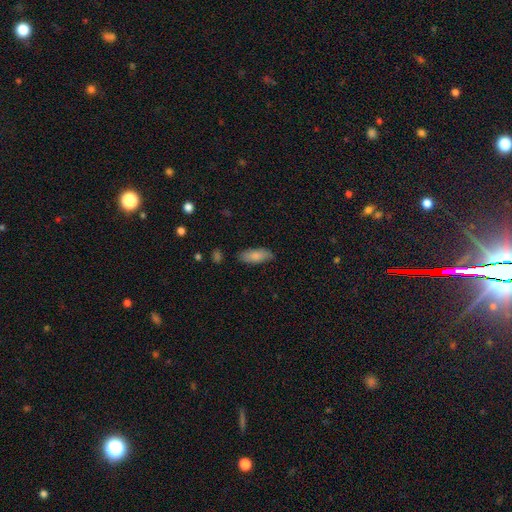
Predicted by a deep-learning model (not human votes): Q: Smooth or featured?
A: smooth (83%); runner-up: featured or disk (10%)
Q: How rounded?
A: in between (77%); runner-up: cigar-shaped (21%)
Q: Merging?
A: none (82%); runner-up: minor disturbance (14%)